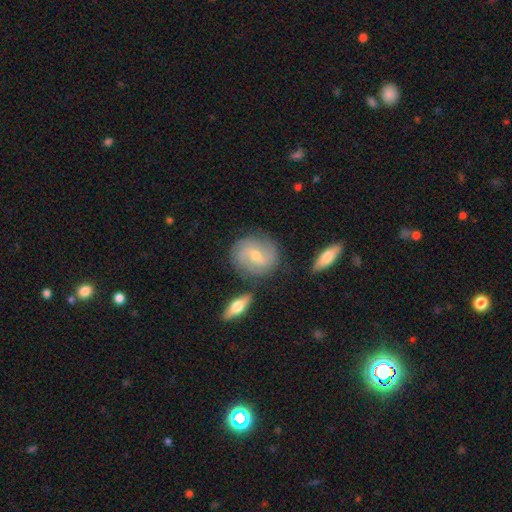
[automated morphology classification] The model was most divided on "bulge size": moderate: 54%, small: 42%, large: 2%, none: 1%, dominant: 1%. Remaining: edge-on disk — no (93%); spiral arms — yes (84%); merging — none (77%); smooth or featured — featured or disk (63%); bar — weak (49%).